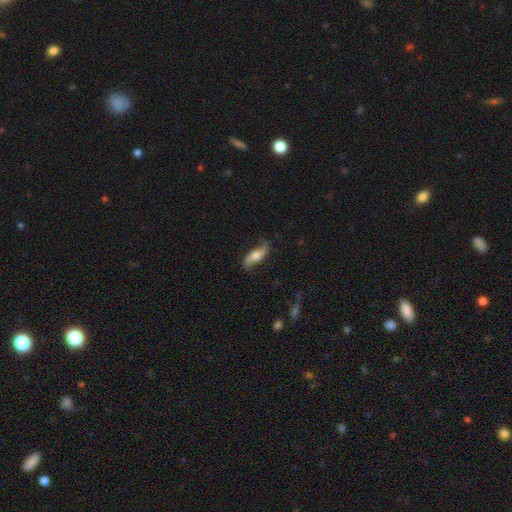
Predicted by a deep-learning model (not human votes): The model was most divided on "smooth or featured": featured or disk: 67%, smooth: 27%, star or artifact: 6%. More confident: spiral arms — yes (88%); edge-on disk — no (77%); merging — none (76%); bar — no (68%); bulge size — moderate (63%).